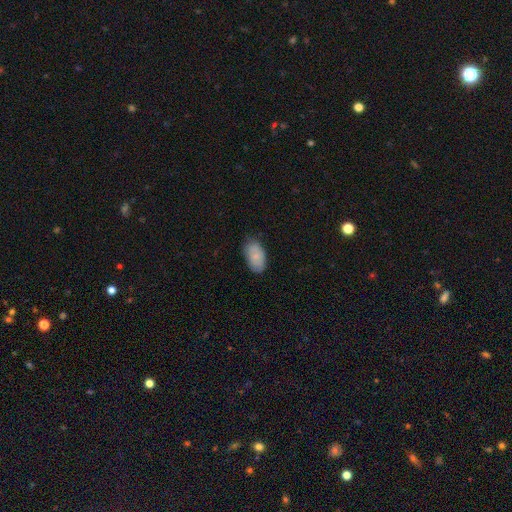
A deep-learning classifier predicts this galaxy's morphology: Smooth or featured? Predicted: smooth (p=0.78). How rounded? Predicted: in between (p=0.94). Merging? Predicted: none (p=0.75).